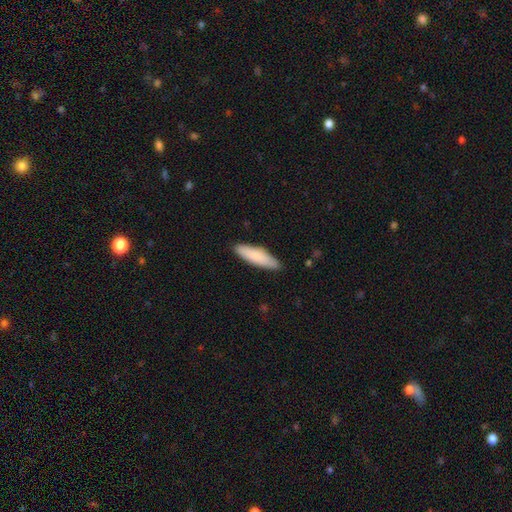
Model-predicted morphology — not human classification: smooth 83%, featured or disk 12%, star or artifact 5%. Down the decision tree: how rounded — cigar-shaped (63%); merging — none (87%).